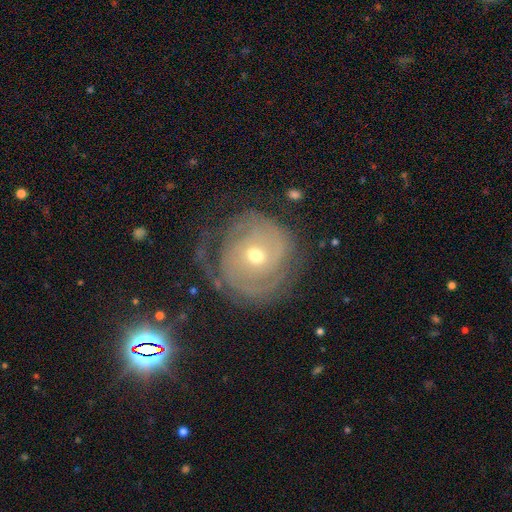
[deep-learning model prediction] Smooth or featured: featured or disk — 79% (smooth — 14%)
Edge-on disk: no — 97% (yes — 3%)
Bar: no — 65% (weak — 27%)
Spiral arms: yes — 90% (no — 10%)
Spiral winding: tight — 68% (medium — 23%)
Spiral arm count: 2 — 43% (can't tell — 28%)
Bulge size: small — 48% (tied with moderate — 48%)
Merging: none — 63% (minor disturbance — 19%)